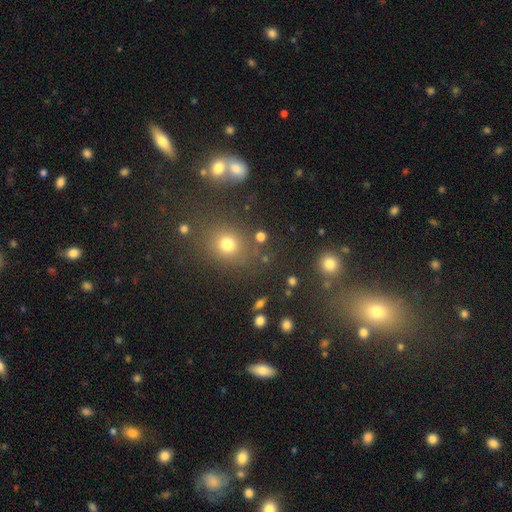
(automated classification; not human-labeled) smooth_or_featured: smooth (p=0.57) [alt: star or artifact p=0.34]
how_rounded: round (p=0.76) [alt: in between p=0.23]
merging: none (p=0.79) [alt: minor disturbance p=0.09]